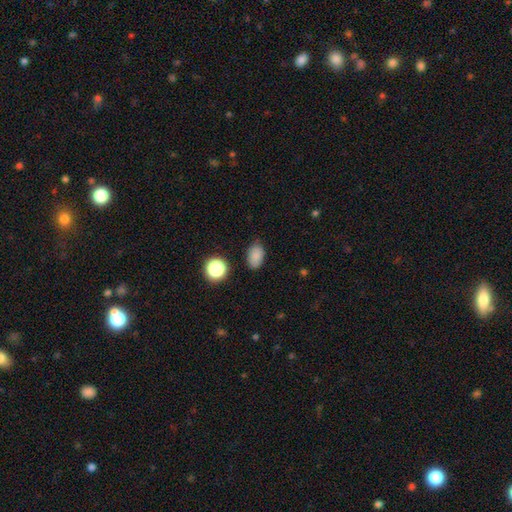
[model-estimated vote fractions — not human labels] Overall: smooth (84%). How rounded: in between (86%). Merging: none (80%).